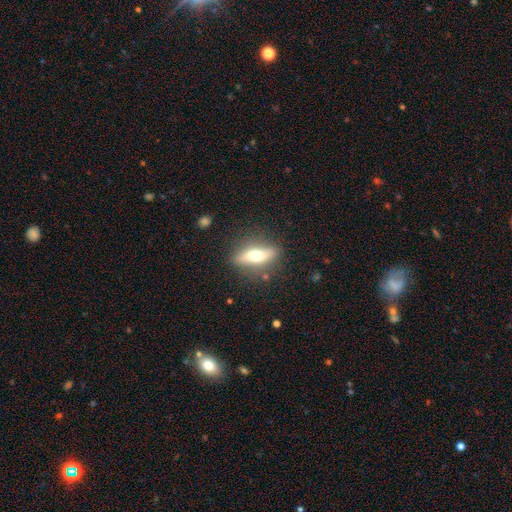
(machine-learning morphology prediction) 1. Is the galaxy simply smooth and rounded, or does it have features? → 54% smooth, 39% featured or disk, 7% star or artifact.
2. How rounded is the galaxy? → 58% in between, 37% cigar-shaped, 5% round.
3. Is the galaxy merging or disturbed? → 81% none, 13% minor disturbance, 4% major disturbance, 2% merger.